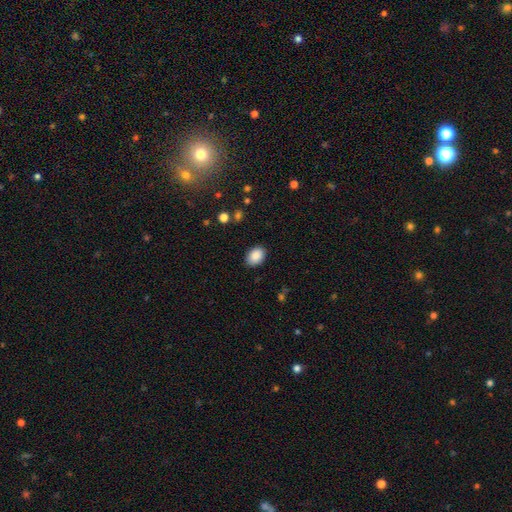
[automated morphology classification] Smooth or featured? smooth (89%)
How rounded? in between (79%)
Merging? none (87%)